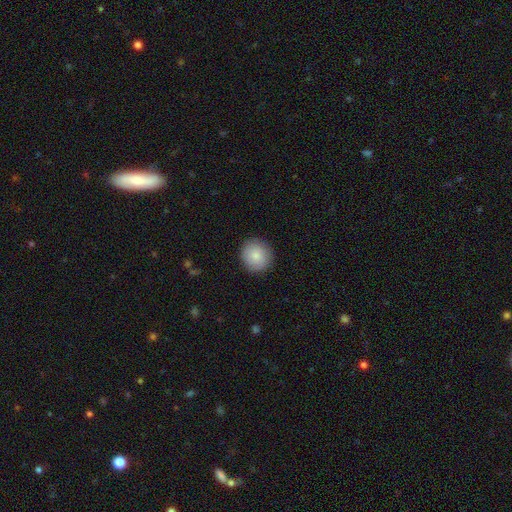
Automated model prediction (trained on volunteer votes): This appears to be a smooth galaxy with no disk features (86%) that is round (89%). Merging: none (90%).